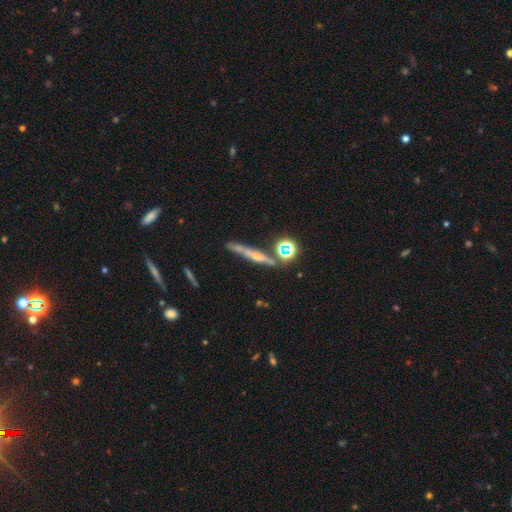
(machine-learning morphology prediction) featured or disk 45%, smooth 34%, star or artifact 21%. Down the decision tree: merging — none (67%).